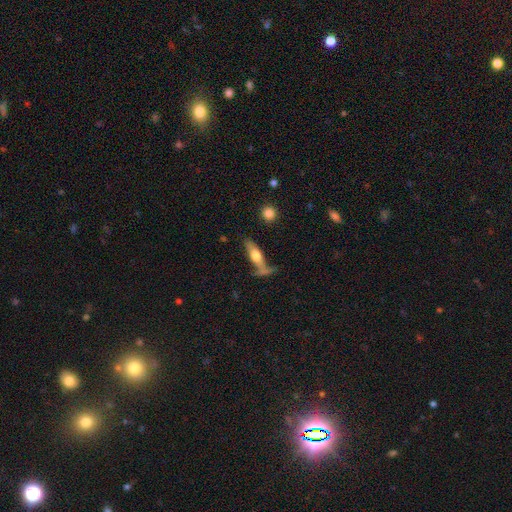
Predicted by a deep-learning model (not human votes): smooth-or-featured: smooth: 52% | featured or disk: 41% | star or artifact: 7%
  how-rounded: cigar-shaped: 58% | in between: 39% | round: 3%
  merging: none: 50% | minor disturbance: 22% | merger: 15% | major disturbance: 14%